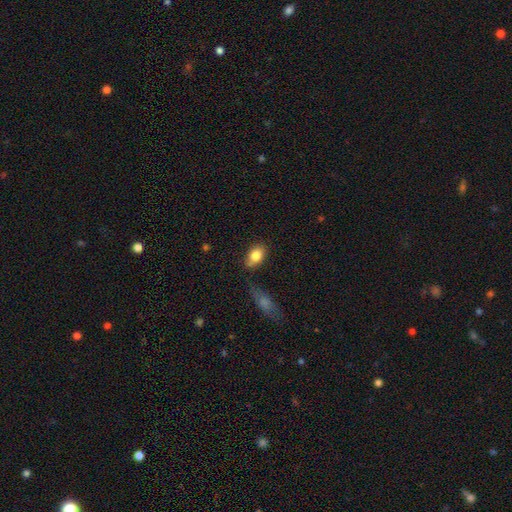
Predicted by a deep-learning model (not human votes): smooth-or-featured: smooth: 82% | featured or disk: 10% | star or artifact: 8%
  how-rounded: in between: 83% | round: 15% | cigar-shaped: 3%
  merging: none: 76% | minor disturbance: 16% | merger: 5% | major disturbance: 4%